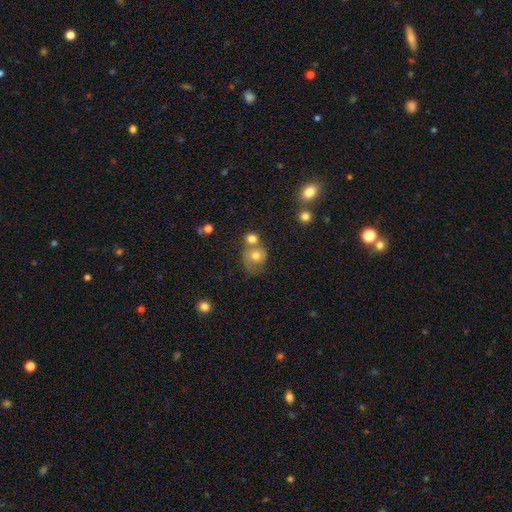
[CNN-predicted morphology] Smooth or featured?
  - smooth: 71% *
  - featured or disk: 18%
  - star or artifact: 11%
How rounded?
  - round: 75% *
  - in between: 24%
  - cigar-shaped: 1%
Merging?
  - none: 38% * (tied)
  - merger: 38% * (tied)
  - minor disturbance: 15%
  - major disturbance: 8%